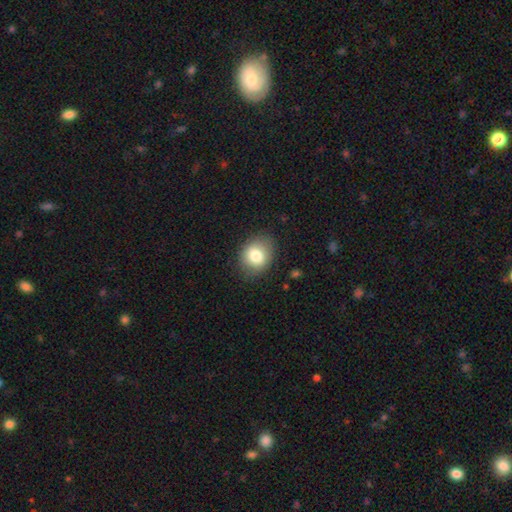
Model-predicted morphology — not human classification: Smooth or featured?
  - smooth: 80% *
  - featured or disk: 11%
  - star or artifact: 9%
How rounded?
  - round: 50% *
  - in between: 49%
  - cigar-shaped: 1%
Merging?
  - none: 81% *
  - minor disturbance: 14%
  - major disturbance: 4%
  - merger: 1%